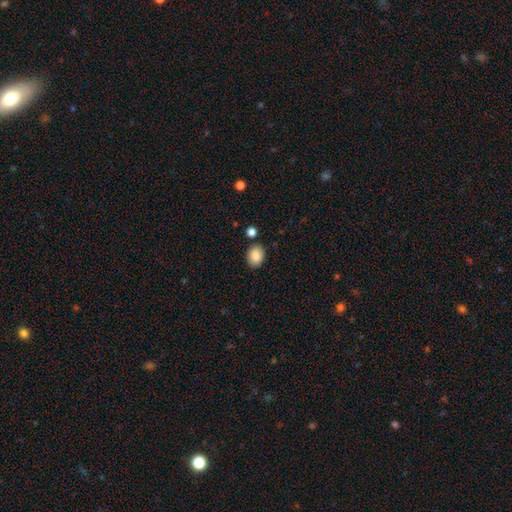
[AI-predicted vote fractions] smooth 87%, star or artifact 8%, featured or disk 5%. Down the decision tree: how rounded — in between (68%); merging — none (84%).